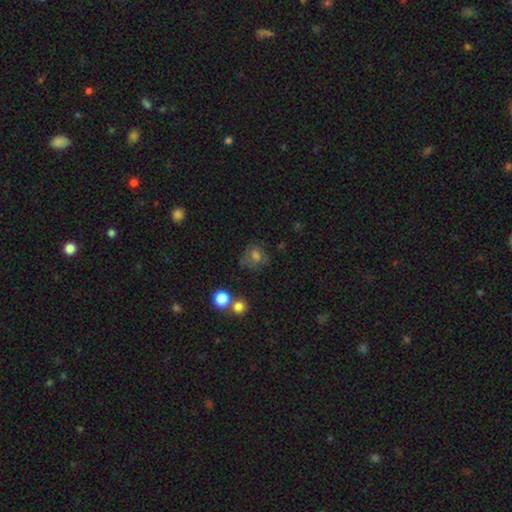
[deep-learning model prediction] smooth 62%, featured or disk 22%, star or artifact 15%. Down the decision tree: how rounded — round (67%); merging — none (57%).